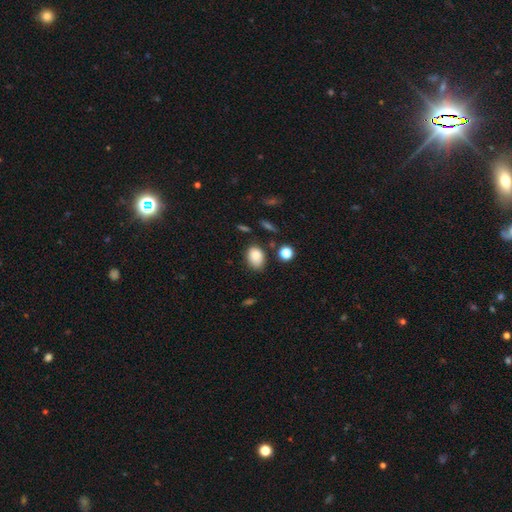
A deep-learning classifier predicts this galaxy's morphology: Overall: smooth (85%). How rounded: in between (78%). Merging: none (70%).